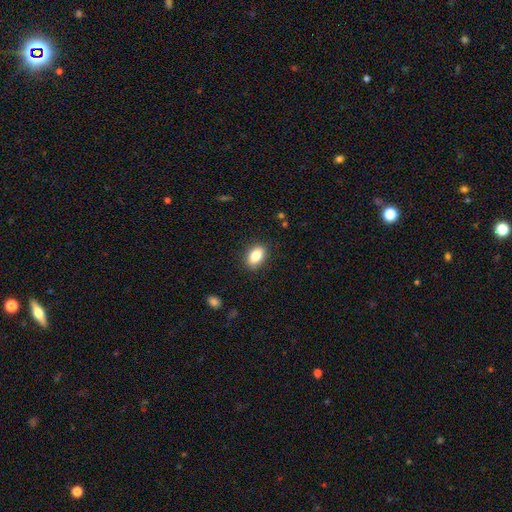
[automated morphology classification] Smooth or featured? smooth (83%)
How rounded? in between (88%)
Merging? none (88%)